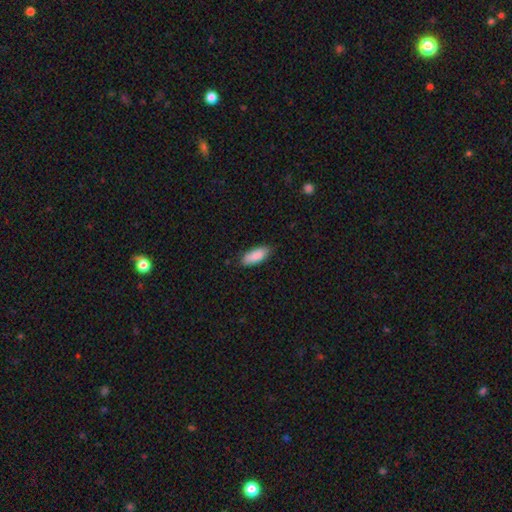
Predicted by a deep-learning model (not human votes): Smooth or featured? Predicted: smooth (p=0.89). How rounded? Predicted: in between (p=0.81). Merging? Predicted: none (p=0.82).